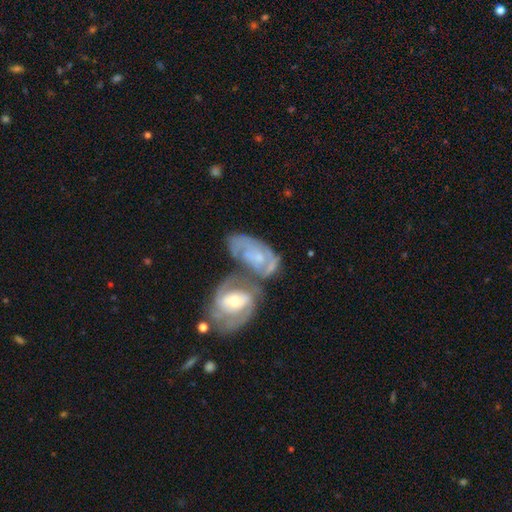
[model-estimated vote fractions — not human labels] smooth-or-featured: featured or disk: 77% | smooth: 17% | star or artifact: 6%
  disk-edge-on: no: 95% | yes: 5%
    bar: no: 60% | weak: 32% | strong: 8%
    has-spiral-arms: yes: 87% | no: 13%
      spiral-winding: tight: 51% | medium: 38% | loose: 11%
      spiral-arm-count: 2: 39% | can't tell: 34% | 3: 14% | 1: 6% | 4: 4% | more than 4: 3%
    bulge-size: small: 55% | moderate: 35% | none: 6% | large: 3% | dominant: 1%
  merging: merger: 59% | none: 21% | minor disturbance: 12% | major disturbance: 9%